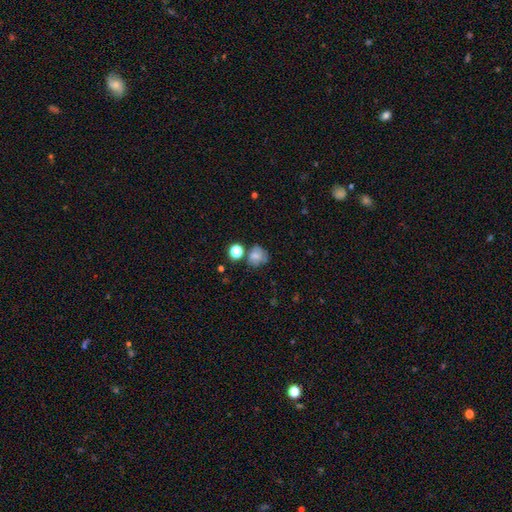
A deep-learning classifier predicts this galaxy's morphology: Smooth or featured: smooth — 70% (featured or disk — 16%)
How rounded: round — 77% (in between — 22%)
Merging: none — 55% (minor disturbance — 20%)